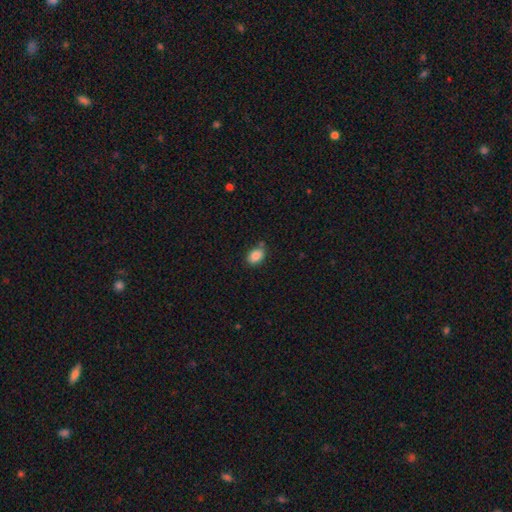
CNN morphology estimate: smooth-or-featured: smooth: 86% | star or artifact: 9% | featured or disk: 5%
  how-rounded: in between: 77% | round: 22% | cigar-shaped: 1%
  merging: none: 71% | minor disturbance: 19% | merger: 6% | major disturbance: 4%